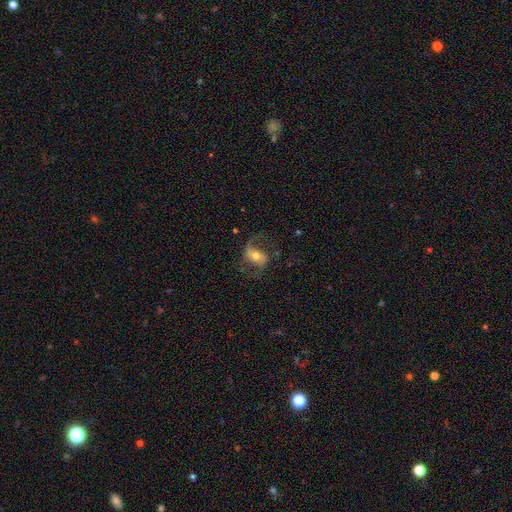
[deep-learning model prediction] smooth-or-featured: featured or disk: 65% | smooth: 26% | star or artifact: 8%
  disk-edge-on: no: 95% | yes: 5%
    bar: no: 38% | weak: 36% | strong: 26%
    has-spiral-arms: yes: 87% | no: 13%
      spiral-winding: loose: 56% | medium: 36% | tight: 8%
      spiral-arm-count: 2: 77% | 1: 15% | can't tell: 4% | 3: 1% | 4: 1% | more than 4: 1%
    bulge-size: moderate: 66% | small: 22% | large: 9% | dominant: 1% | none: 1%
  merging: none: 60% | major disturbance: 19% | minor disturbance: 19% | merger: 2%